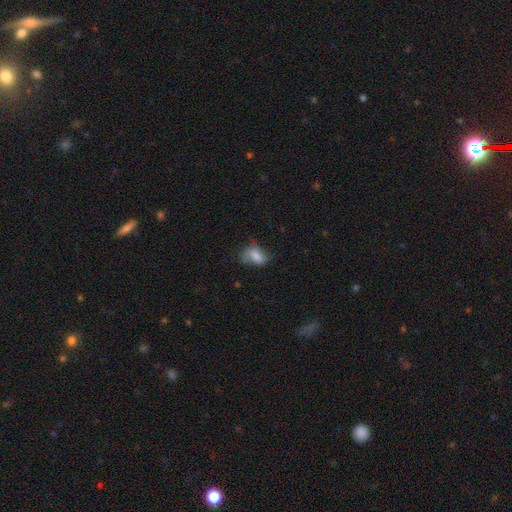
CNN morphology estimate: A smooth galaxy with no disk features (66%) that is in between round and cigar-shaped (81%).

Vote fractions:
- Smooth or featured? smooth: 66% / featured or disk: 23% / star or artifact: 10%
- How rounded? in between: 81% / round: 17% / cigar-shaped: 3%
- Merging? none: 38% / minor disturbance: 30% / major disturbance: 28% / merger: 3%